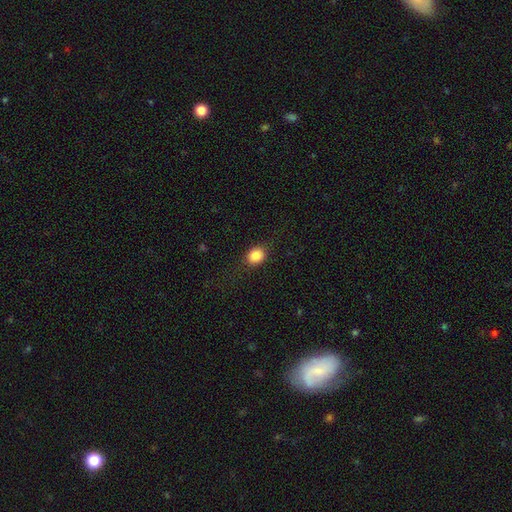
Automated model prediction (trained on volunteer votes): Morphology: type=smooth (84%); roundness=round (64%); merging=none (83%).